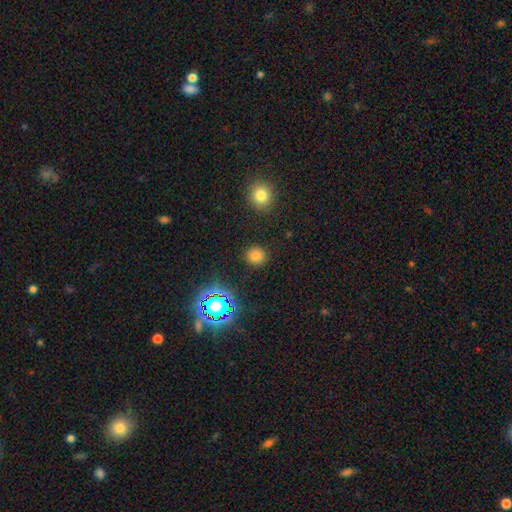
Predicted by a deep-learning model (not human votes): The model was most divided on "smooth or featured": smooth: 75%, star or artifact: 19%, featured or disk: 6%. More confident: how rounded — round (90%); merging — none (89%).